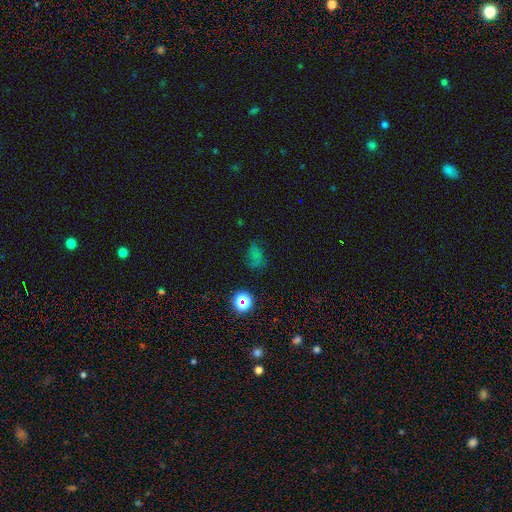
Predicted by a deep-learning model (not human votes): Morphology: type=smooth (51%); roundness=in between (62%); merging=none (52%).